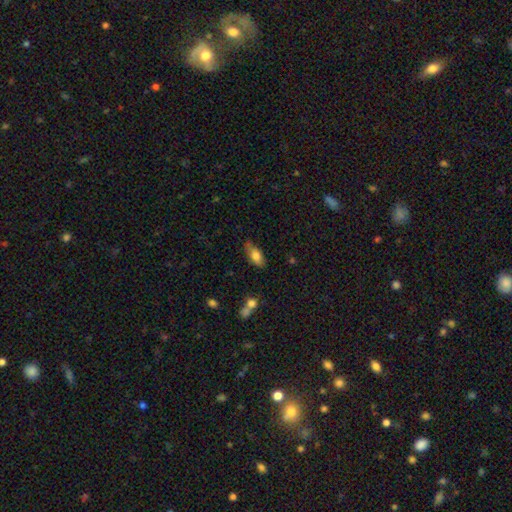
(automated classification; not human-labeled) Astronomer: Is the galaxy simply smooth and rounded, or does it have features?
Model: smooth — 77%.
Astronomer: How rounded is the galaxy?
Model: in between — 86%.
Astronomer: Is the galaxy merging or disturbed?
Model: none — 65%.